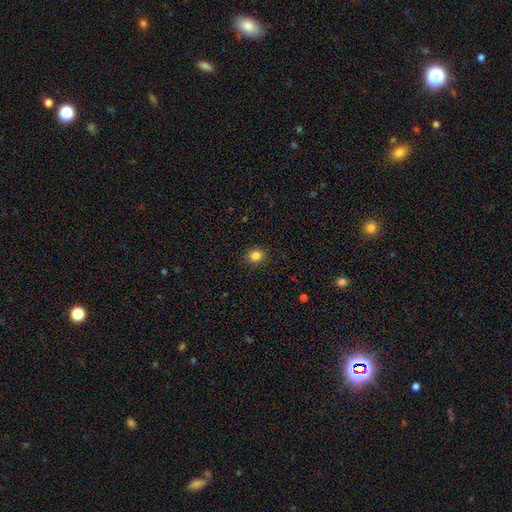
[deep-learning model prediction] Smooth or featured? smooth (84%)
How rounded? round (83%)
Merging? none (90%)